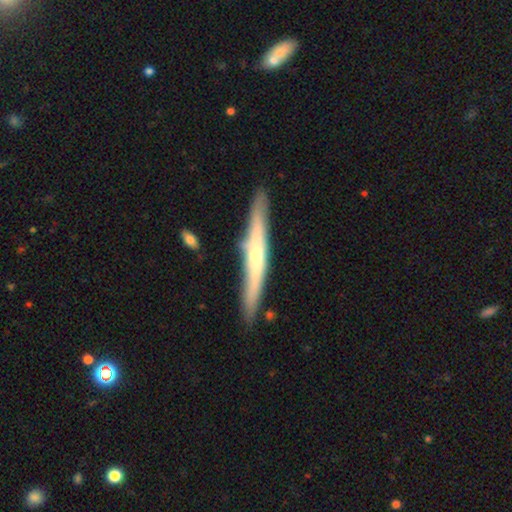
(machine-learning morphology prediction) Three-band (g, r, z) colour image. It shows a featured or disk galaxy (64%) viewed edge-on (95%) with a rounded central bulge (68%). Merging: none (85%).